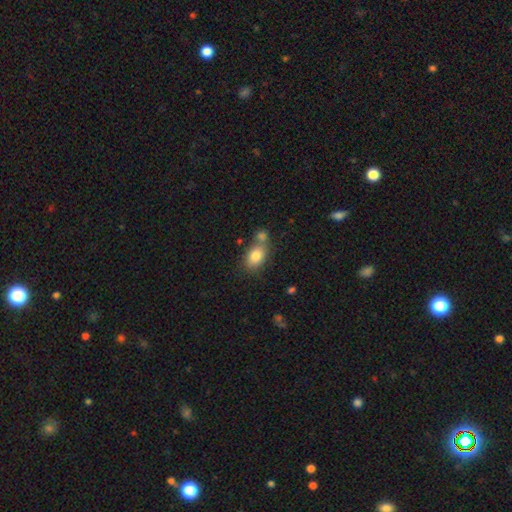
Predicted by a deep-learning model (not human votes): Overall: smooth (81%). How rounded: in between (81%). Merging: none (49%; merger 34%).